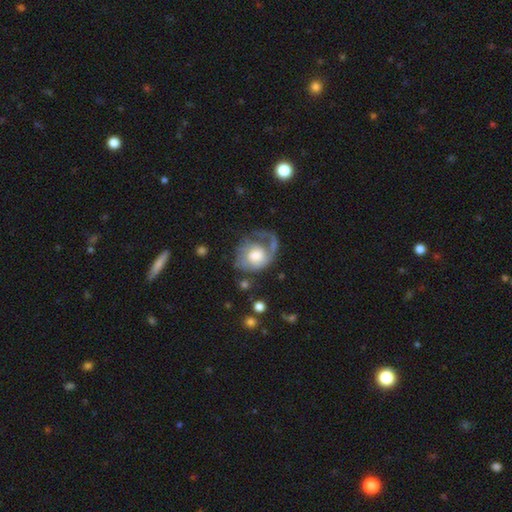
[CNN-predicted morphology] Overall: featured or disk (64%; smooth 30%). Edge-on disk: no (98%). Bar: no (72%). Spiral arms: yes (80%). Bulge size: moderate (44%; large 38%). Merging: major disturbance (41%; none 34%).